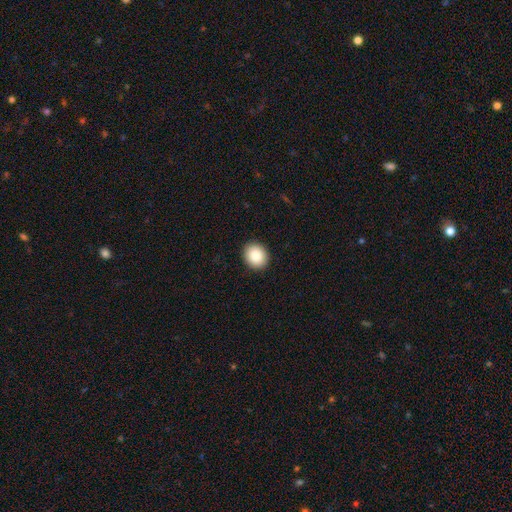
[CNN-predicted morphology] Smooth or featured: smooth — 88% (star or artifact — 8%)
How rounded: round — 71% (in between — 29%)
Merging: none — 92% (minor disturbance — 6%)